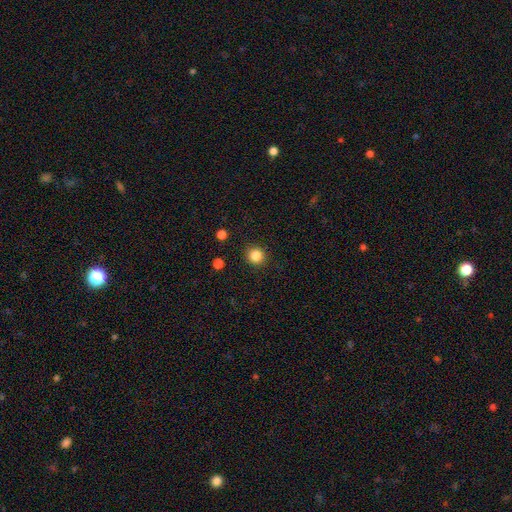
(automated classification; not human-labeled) smooth 85%, star or artifact 12%, featured or disk 4%. Down the decision tree: how rounded — round (93%); merging — none (91%).